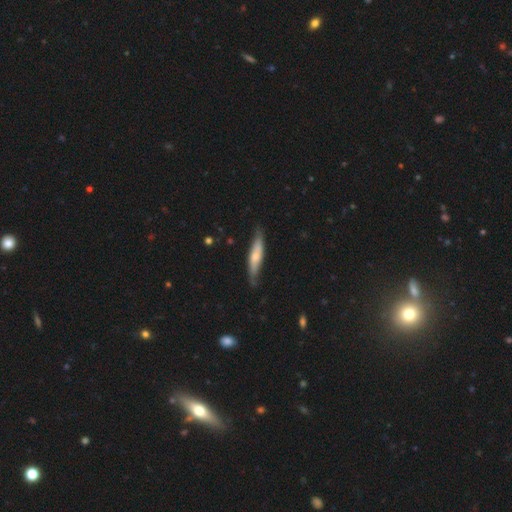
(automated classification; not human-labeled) A smooth galaxy with no disk features (53%) that is cigar-shaped (85%).

Vote fractions:
- Smooth or featured? smooth: 53% / featured or disk: 42% / star or artifact: 5%
- How rounded? cigar-shaped: 85% / in between: 13% / round: 2%
- Merging? none: 77% / minor disturbance: 19% / major disturbance: 3% / merger: 2%